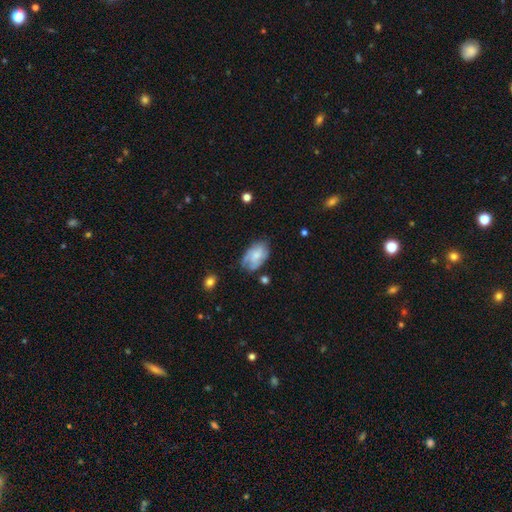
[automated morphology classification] Smooth or featured?
  - featured or disk: 49% *
  - smooth: 43%
  - star or artifact: 8%
Merging?
  - none: 63% *
  - minor disturbance: 25%
  - major disturbance: 9%
  - merger: 3%